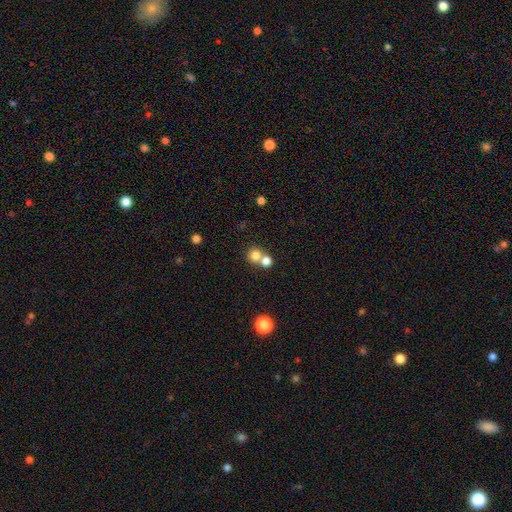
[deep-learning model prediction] This appears to be a smooth galaxy with no disk features (78%) that is round (87%). Merging: merger (47%).